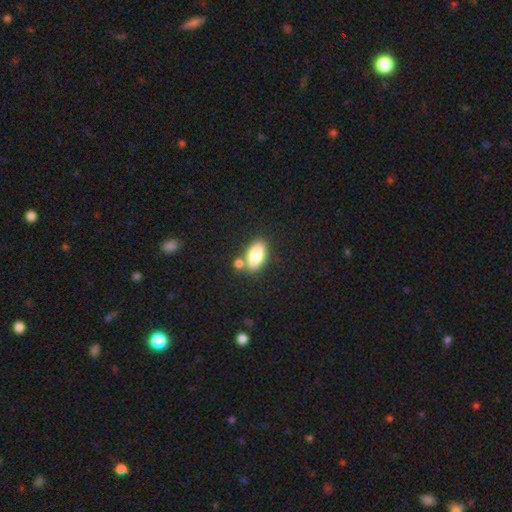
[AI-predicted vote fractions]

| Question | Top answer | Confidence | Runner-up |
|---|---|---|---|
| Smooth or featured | smooth | 82% | featured or disk (11%) |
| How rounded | in between | 91% | round (5%) |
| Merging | none | 68% | merger (17%) |